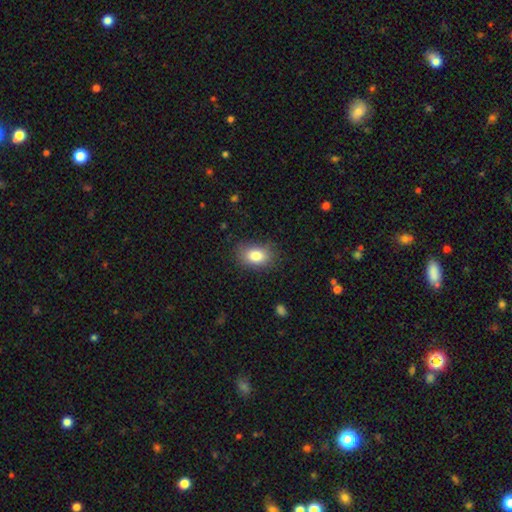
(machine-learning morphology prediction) This is clearly a smooth galaxy (83%). How rounded: clearly in between (82%). Merging: clearly none (80%).